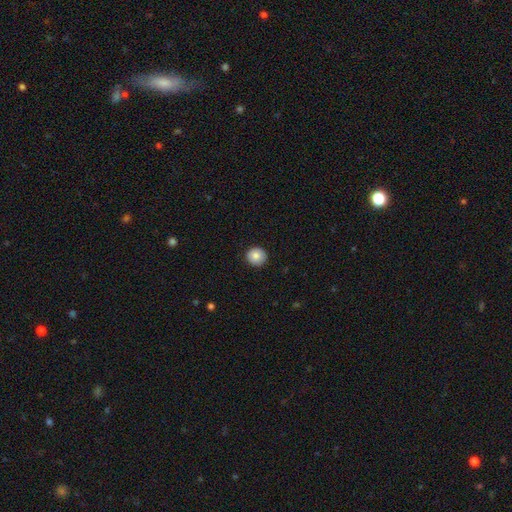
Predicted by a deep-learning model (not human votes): smooth 83%, featured or disk 9%, star or artifact 8%. Down the decision tree: how rounded — round (95%); merging — none (92%).